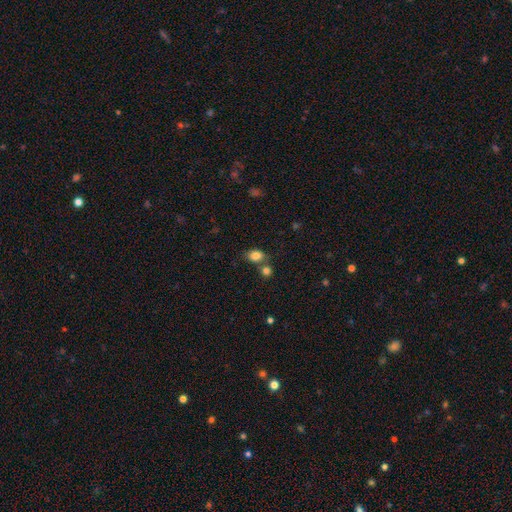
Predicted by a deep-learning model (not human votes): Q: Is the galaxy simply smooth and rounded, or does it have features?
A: smooth — 83%.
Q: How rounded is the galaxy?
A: in between — 78%.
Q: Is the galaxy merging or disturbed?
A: none — 59%.